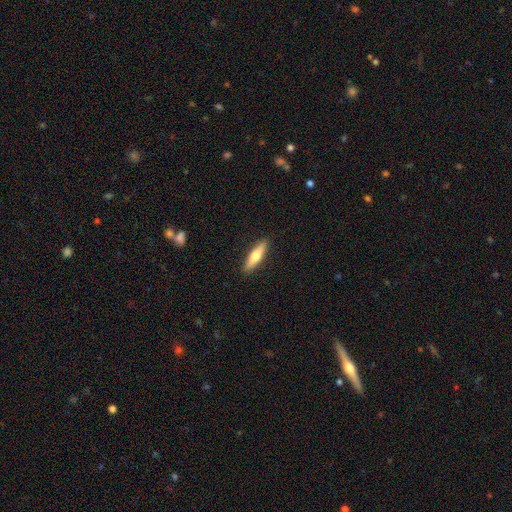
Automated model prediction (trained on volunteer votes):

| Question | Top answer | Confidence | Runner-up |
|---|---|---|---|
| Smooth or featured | smooth | 58% | featured or disk (37%) |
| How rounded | cigar-shaped | 73% | in between (25%) |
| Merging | none | 90% | minor disturbance (7%) |